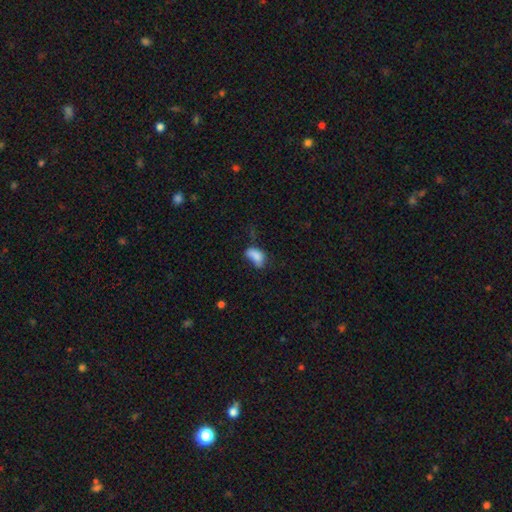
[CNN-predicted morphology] The model was most divided on "merging": major disturbance: 34%, minor disturbance: 31%, none: 26%, merger: 9%. More confident: how rounded — in between (89%); smooth or featured — smooth (77%).